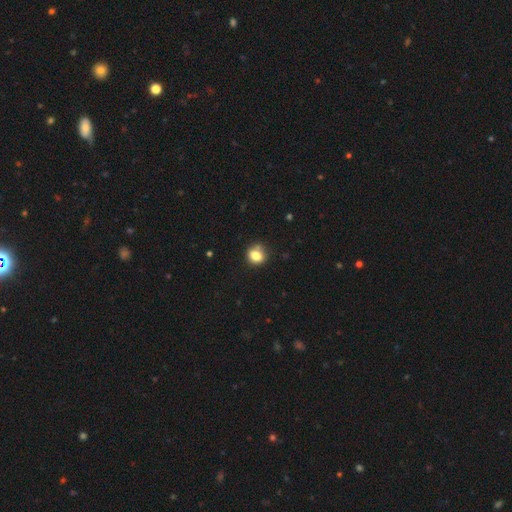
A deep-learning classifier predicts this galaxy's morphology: Overall: smooth (81%). How rounded: round (68%; in between 31%). Merging: none (70%).